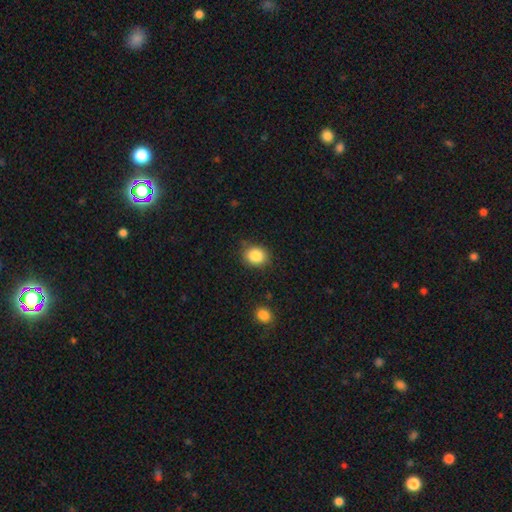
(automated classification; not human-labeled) This appears to be a smooth galaxy with no disk features (86%) that is round (66%). Merging: none (82%).